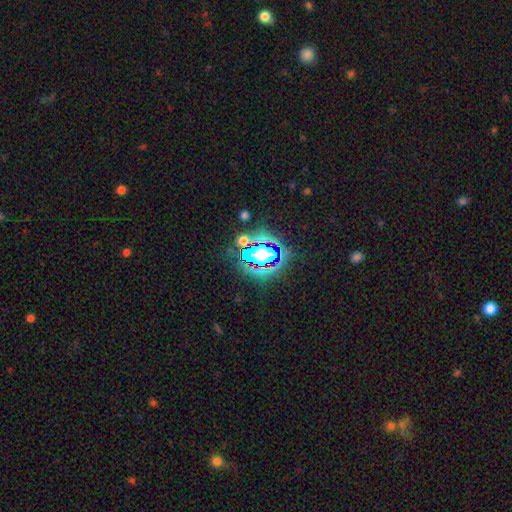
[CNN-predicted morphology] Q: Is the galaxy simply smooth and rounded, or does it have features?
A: star or artifact — 77%.